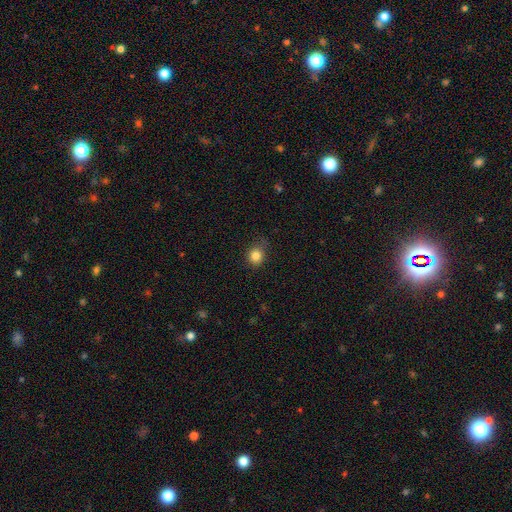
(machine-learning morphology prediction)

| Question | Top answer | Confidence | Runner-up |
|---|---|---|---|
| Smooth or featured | smooth | 84% | star or artifact (12%) |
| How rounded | round | 78% | in between (21%) |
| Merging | none | 75% | minor disturbance (20%) |